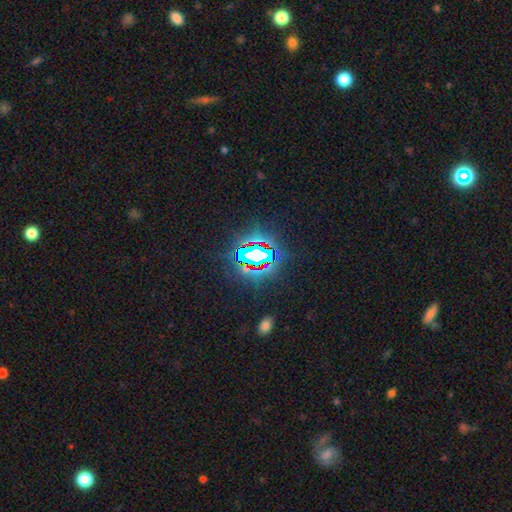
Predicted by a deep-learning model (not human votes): Smooth or featured? Predicted: star or artifact (p=0.72).